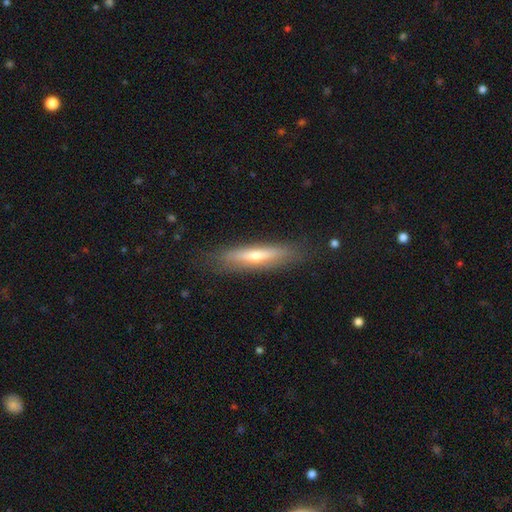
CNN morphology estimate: smooth_or_featured: smooth (p=0.48) [alt: featured or disk p=0.45]
merging: none (p=0.83) [alt: minor disturbance p=0.12]